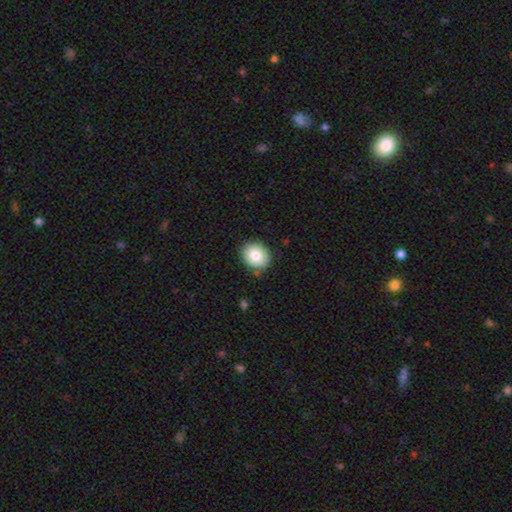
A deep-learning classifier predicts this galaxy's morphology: Smooth or featured? Predicted: smooth (p=0.79). How rounded? Predicted: round (p=0.68). Merging? Predicted: none (p=0.85).